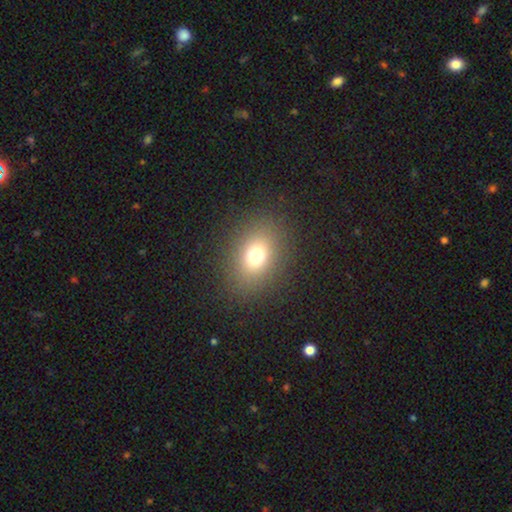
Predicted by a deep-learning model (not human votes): Smooth or featured? Predicted: smooth (p=0.71). How rounded? Predicted: in between (p=0.54). Merging? Predicted: none (p=0.87).